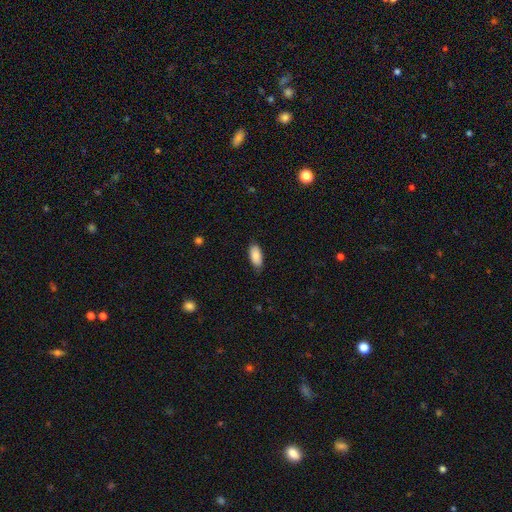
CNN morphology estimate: A smooth galaxy with no disk features (86%) that is in between round and cigar-shaped (90%).

Vote fractions:
- Smooth or featured? smooth: 86% / featured or disk: 7% / star or artifact: 7%
- How rounded? in between: 90% / cigar-shaped: 8% / round: 2%
- Merging? none: 83% / minor disturbance: 14% / major disturbance: 2% / merger: 1%